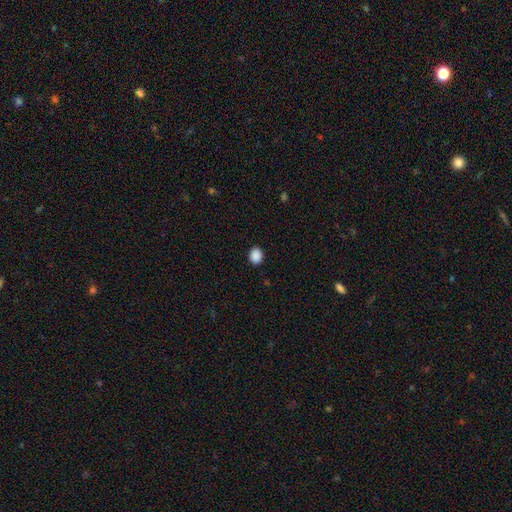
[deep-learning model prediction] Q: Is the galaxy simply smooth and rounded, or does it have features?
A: smooth — 89%.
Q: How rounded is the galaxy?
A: round — 51%.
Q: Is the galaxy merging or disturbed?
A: none — 90%.